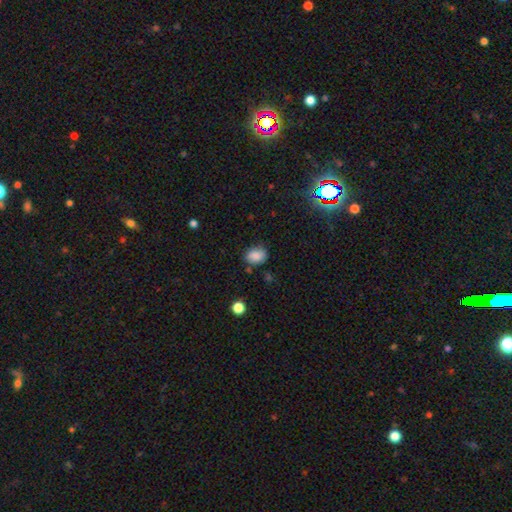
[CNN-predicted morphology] The model was most divided on "how rounded": in between: 62%, round: 37%, cigar-shaped: 1%. More confident: smooth or featured — smooth (84%); merging — none (72%).